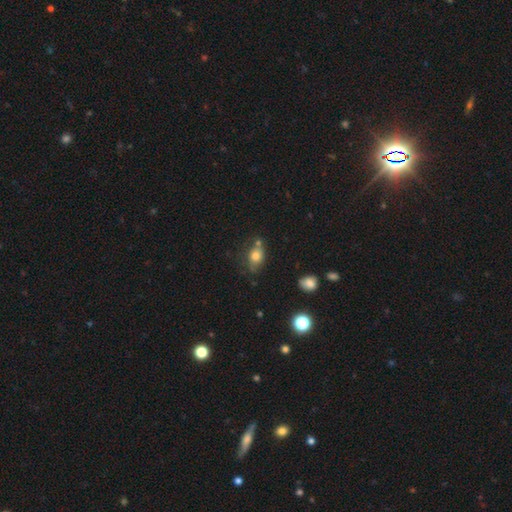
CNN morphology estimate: Overall: smooth (77%). How rounded: in between (65%; round 32%). Merging: none (56%; minor disturbance 22%).